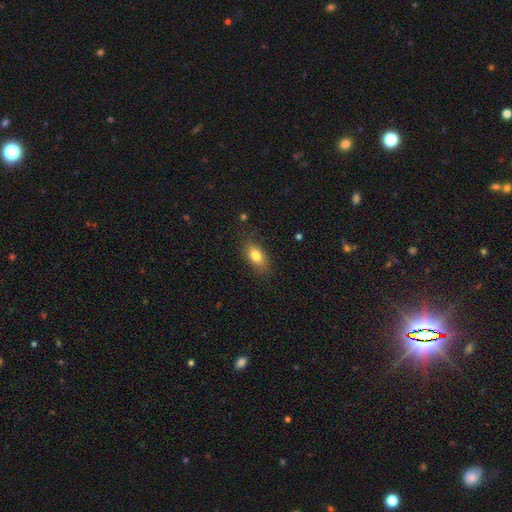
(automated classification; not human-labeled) smooth-or-featured: smooth: 80% | featured or disk: 12% | star or artifact: 8%
  how-rounded: in between: 85% | round: 9% | cigar-shaped: 6%
  merging: none: 81% | minor disturbance: 14% | major disturbance: 4% | merger: 1%